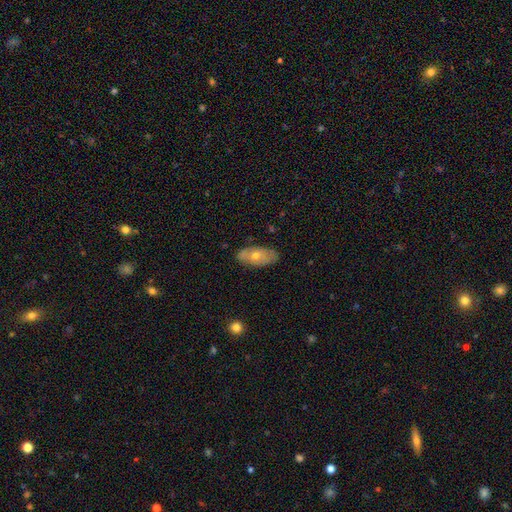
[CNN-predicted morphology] Smooth or featured? smooth (50%)
Merging? none (81%)